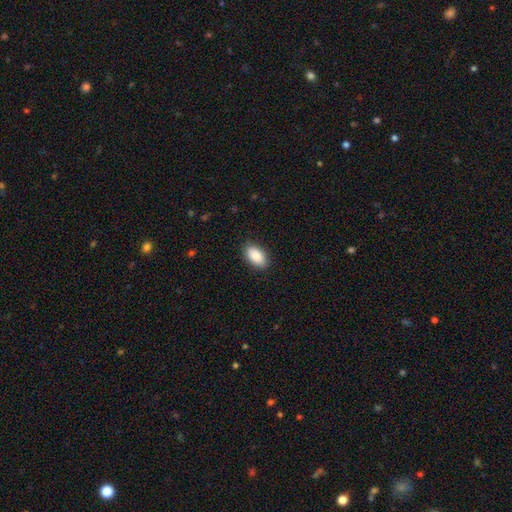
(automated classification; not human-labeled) smooth 89%, star or artifact 6%, featured or disk 4%. Down the decision tree: how rounded — in between (94%); merging — none (88%).